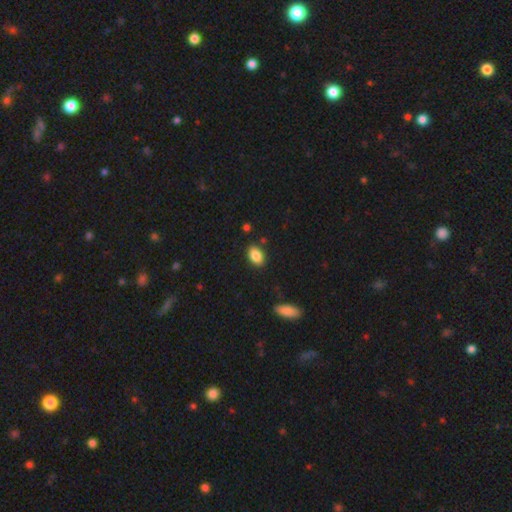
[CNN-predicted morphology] Smooth or featured: smooth — 87% (star or artifact — 8%)
How rounded: in between — 87% (round — 11%)
Merging: none — 86% (minor disturbance — 10%)